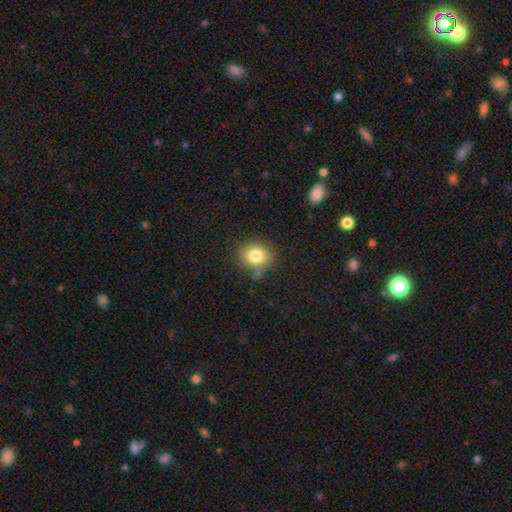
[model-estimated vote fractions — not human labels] smooth 81%, star or artifact 11%, featured or disk 8%. Down the decision tree: how rounded — round (74%); merging — none (77%).